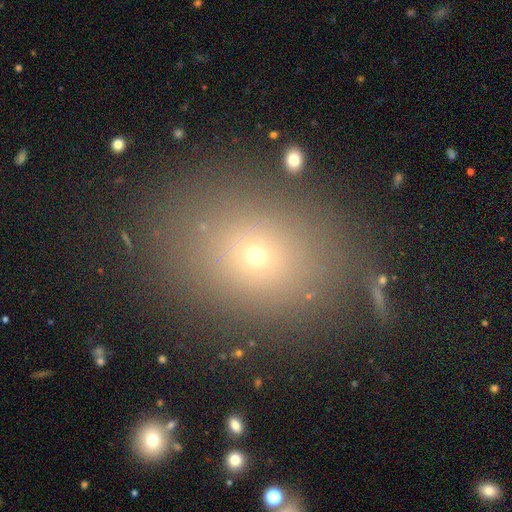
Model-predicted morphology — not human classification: This is likely a smooth galaxy (64%). How rounded: possibly in between (52%). Merging: clearly none (84%).